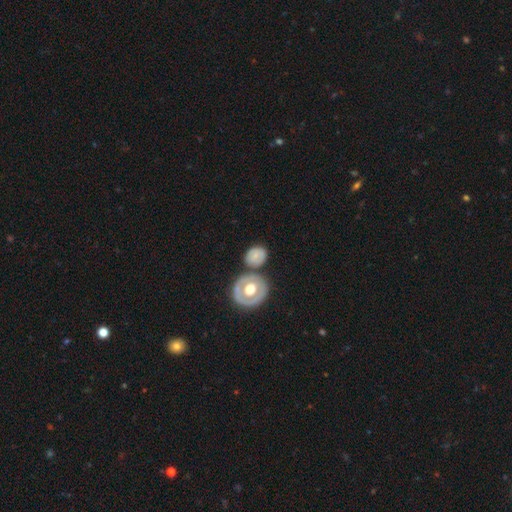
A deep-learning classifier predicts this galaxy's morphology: This is likely a smooth galaxy (61%). How rounded: possibly round (52%). Merging: likely none (65%).